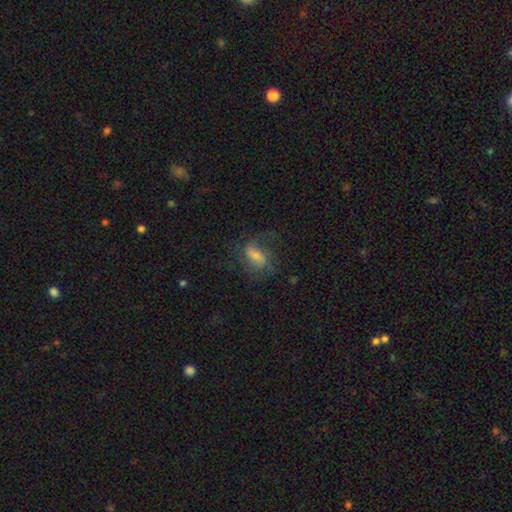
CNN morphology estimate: smooth 46%, featured or disk 42%, star or artifact 12%. Down the decision tree: merging — none (58%).